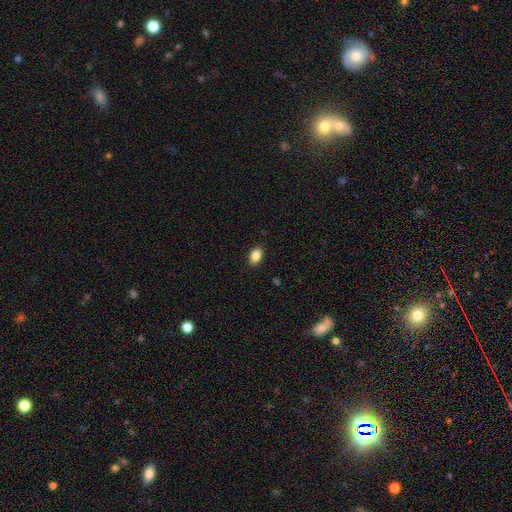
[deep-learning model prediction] The model was most divided on "how rounded": in between: 87%, round: 12%, cigar-shaped: 1%. More confident: merging — none (89%); smooth or featured — smooth (87%).